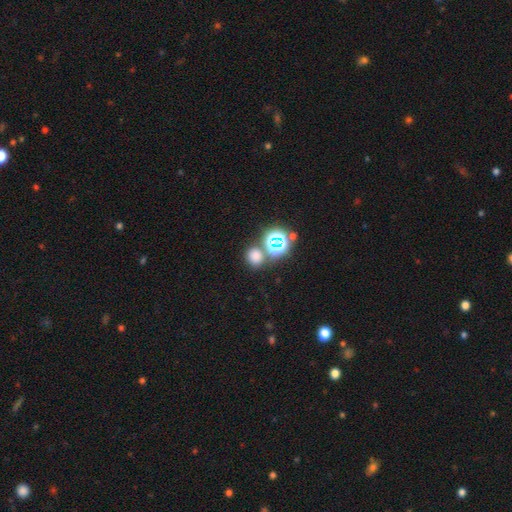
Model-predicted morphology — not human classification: A smooth galaxy with no disk features (67%) that is round (79%).

Vote fractions:
- Smooth or featured? smooth: 67% / star or artifact: 27% / featured or disk: 6%
- How rounded? round: 79% / in between: 20% / cigar-shaped: 1%
- Merging? none: 71% / merger: 17% / minor disturbance: 9% / major disturbance: 4%